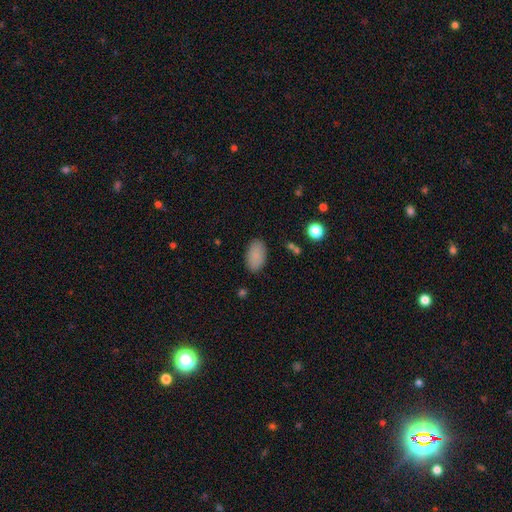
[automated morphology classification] Overall: smooth (88%). How rounded: in between (94%). Merging: none (86%).